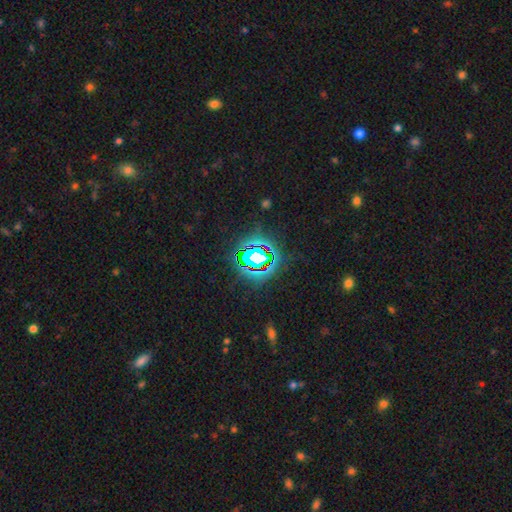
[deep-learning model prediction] Smooth or featured: star or artifact — 74% (smooth — 14%)